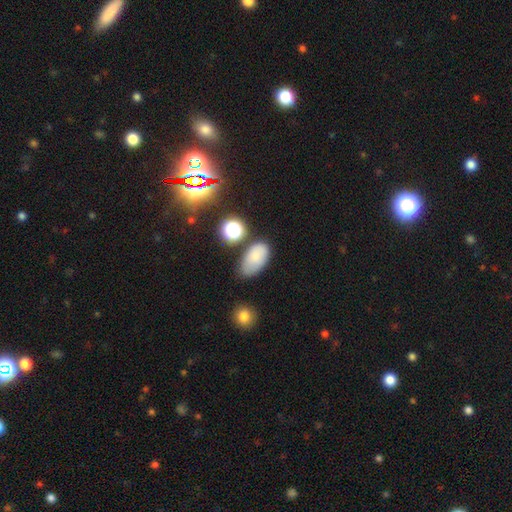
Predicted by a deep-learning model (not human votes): smooth 75%, featured or disk 13%, star or artifact 12%. Down the decision tree: how rounded — in between (91%); merging — none (57%).